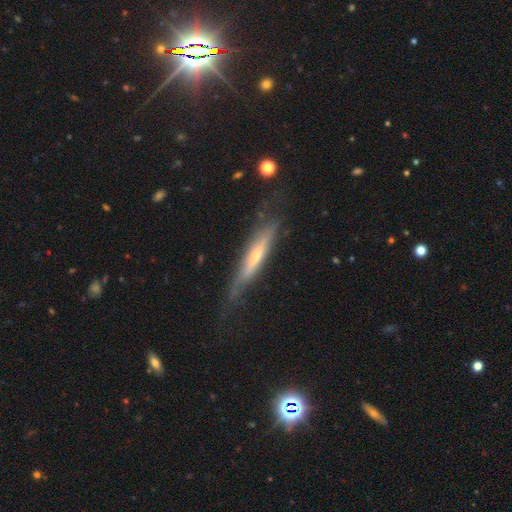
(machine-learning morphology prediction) Overall: featured or disk (67%). Edge-on disk: yes (83%). Edge-on bulge: rounded (65%; none 29%). Merging: none (65%).